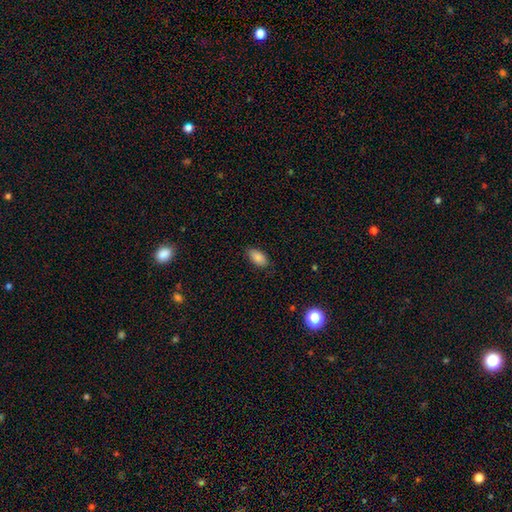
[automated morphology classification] This is clearly a smooth galaxy (85%). How rounded: clearly in between (92%). Merging: clearly none (84%).